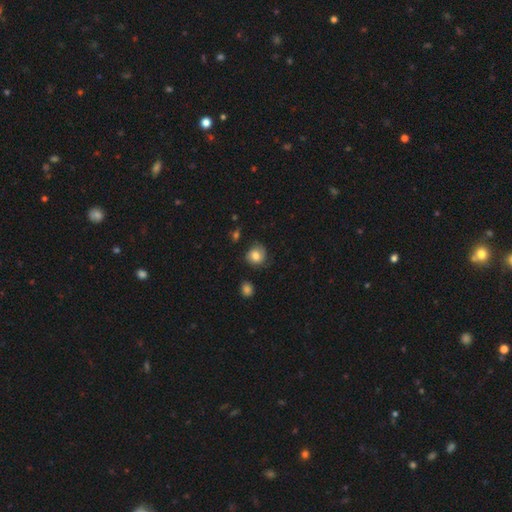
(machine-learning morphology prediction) Smooth or featured: smooth — 71% (featured or disk — 20%)
How rounded: round — 80% (in between — 19%)
Merging: none — 71% (minor disturbance — 21%)